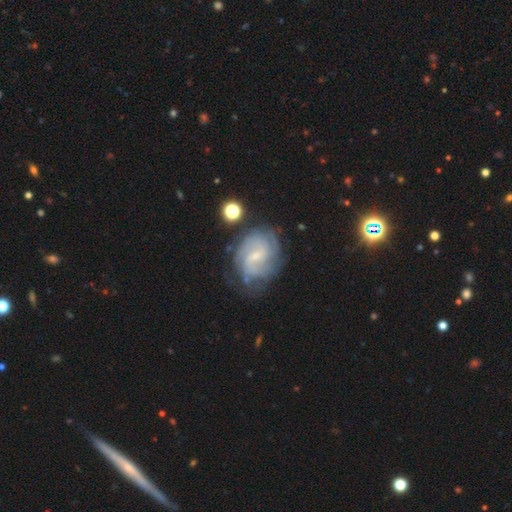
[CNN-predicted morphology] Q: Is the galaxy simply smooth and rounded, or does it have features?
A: featured or disk — 77%.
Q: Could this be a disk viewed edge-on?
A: no — 97%.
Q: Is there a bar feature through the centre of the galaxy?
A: weak — 56%.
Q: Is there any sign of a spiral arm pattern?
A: yes — 92%.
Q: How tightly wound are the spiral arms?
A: tight — 45%.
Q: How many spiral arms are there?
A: can't tell — 37%.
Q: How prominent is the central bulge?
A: small — 72%.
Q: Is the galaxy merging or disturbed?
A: none — 66%.